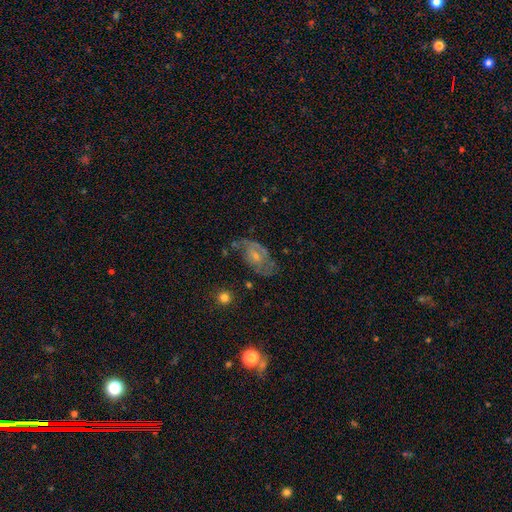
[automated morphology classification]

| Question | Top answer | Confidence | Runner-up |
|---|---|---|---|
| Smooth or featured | featured or disk | 66% | smooth (21%) |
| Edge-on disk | no | 95% | yes (5%) |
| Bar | no | 65% | weak (29%) |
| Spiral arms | yes | 75% | no (25%) |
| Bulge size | small | 59% | moderate (31%) |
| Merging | none | 58% | minor disturbance (23%) |